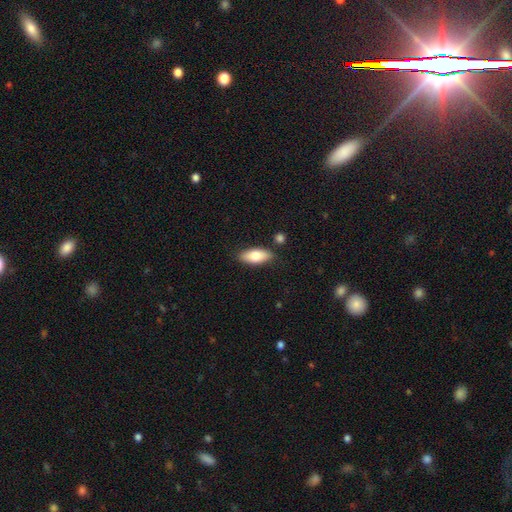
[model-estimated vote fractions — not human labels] Smooth or featured: smooth — 78% (featured or disk — 16%)
How rounded: in between — 83% (cigar-shaped — 15%)
Merging: none — 84% (minor disturbance — 10%)